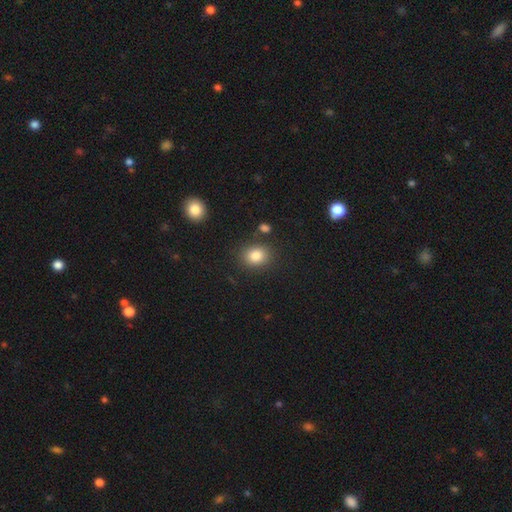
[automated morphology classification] Smooth or featured? Predicted: smooth (p=0.84). How rounded? Predicted: round (p=0.59). Merging? Predicted: none (p=0.83).